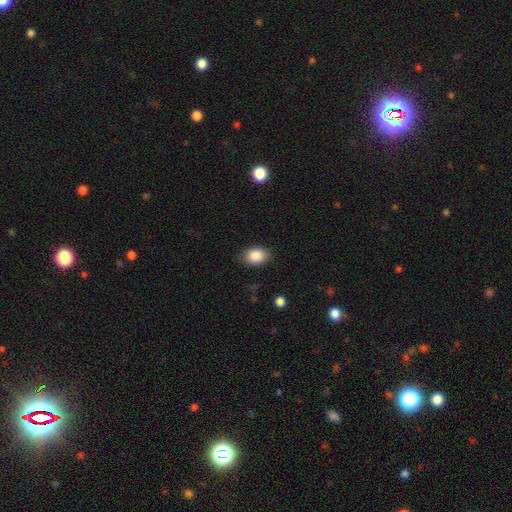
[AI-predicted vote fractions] smooth 88%, star or artifact 7%, featured or disk 4%. Down the decision tree: how rounded — in between (81%); merging — none (84%).